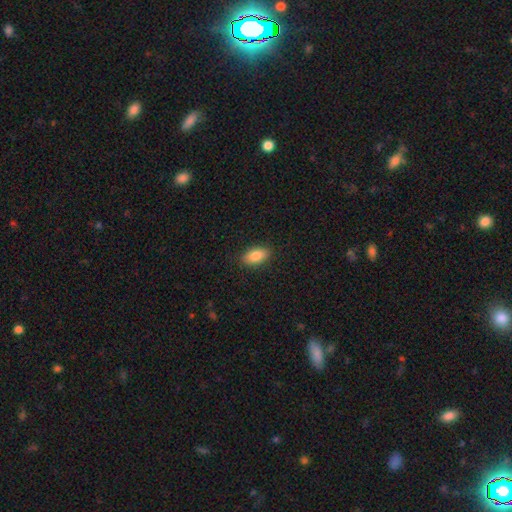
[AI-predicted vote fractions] Q: Smooth or featured?
A: smooth (85%); runner-up: featured or disk (7%)
Q: How rounded?
A: in between (91%); runner-up: round (4%)
Q: Merging?
A: none (88%); runner-up: minor disturbance (9%)